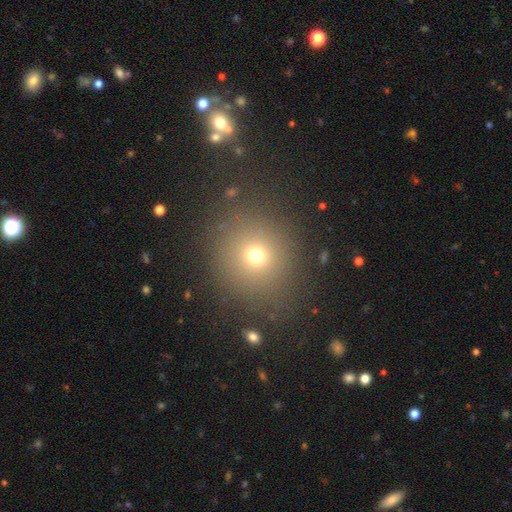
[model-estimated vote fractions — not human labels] A smooth galaxy with no disk features (69%) that is round (84%).

Vote fractions:
- Smooth or featured? smooth: 69% / star or artifact: 21% / featured or disk: 9%
- How rounded? round: 84% / in between: 15% / cigar-shaped: 1%
- Merging? none: 84% / minor disturbance: 9% / major disturbance: 4% / merger: 2%